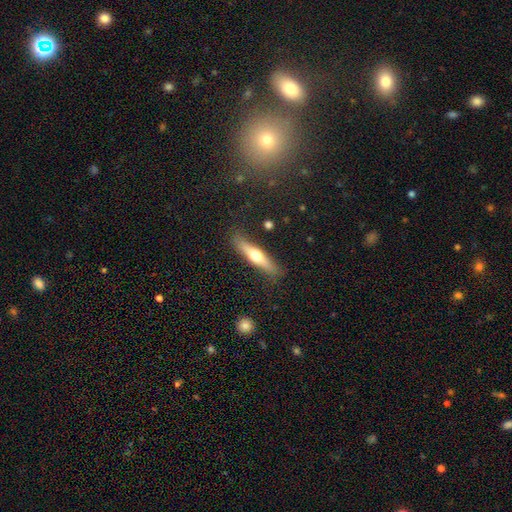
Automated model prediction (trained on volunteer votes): Morphology: type=featured or disk (48%); merging=none (84%).